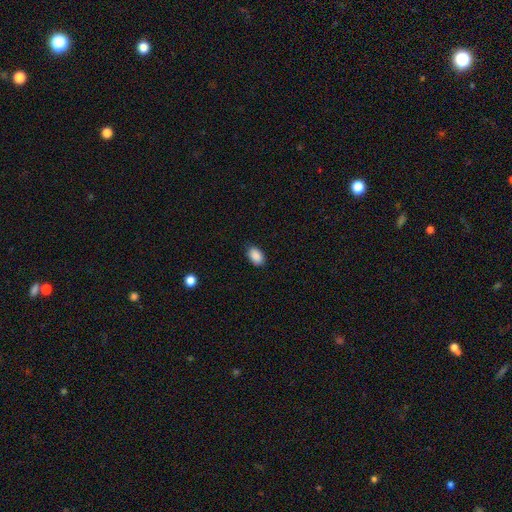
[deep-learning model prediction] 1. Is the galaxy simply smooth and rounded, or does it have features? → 90% smooth, 7% star or artifact, 3% featured or disk.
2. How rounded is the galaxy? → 90% in between, 9% round, 1% cigar-shaped.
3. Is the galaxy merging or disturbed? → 87% none, 10% minor disturbance, 2% major disturbance, 1% merger.